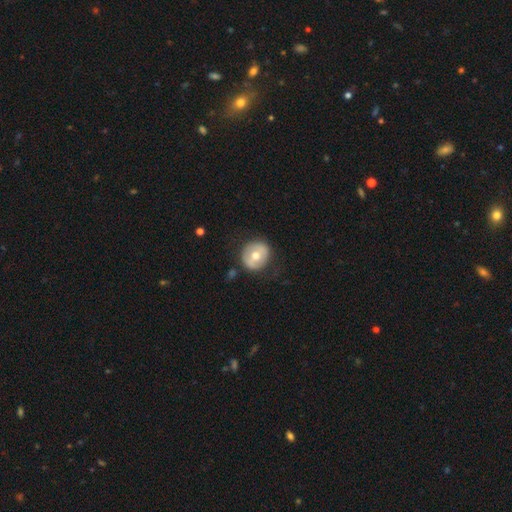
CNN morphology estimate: The model was most divided on "smooth or featured": smooth: 56%, featured or disk: 37%, star or artifact: 7%. More confident: how rounded — round (85%); merging — none (79%).